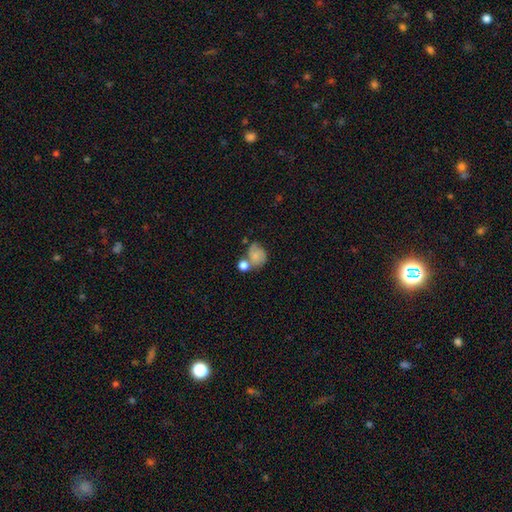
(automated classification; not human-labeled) smooth-or-featured: smooth: 61% | featured or disk: 30% | star or artifact: 9%
  how-rounded: round: 64% | in between: 35% | cigar-shaped: 1%
  merging: merger: 38% | none: 35% | minor disturbance: 18% | major disturbance: 10%